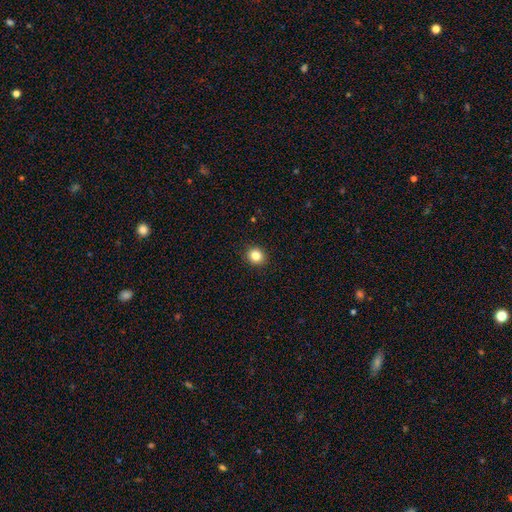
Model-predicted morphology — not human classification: Smooth or featured: smooth — 84% (star or artifact — 11%)
How rounded: round — 81% (in between — 18%)
Merging: none — 92% (minor disturbance — 5%)